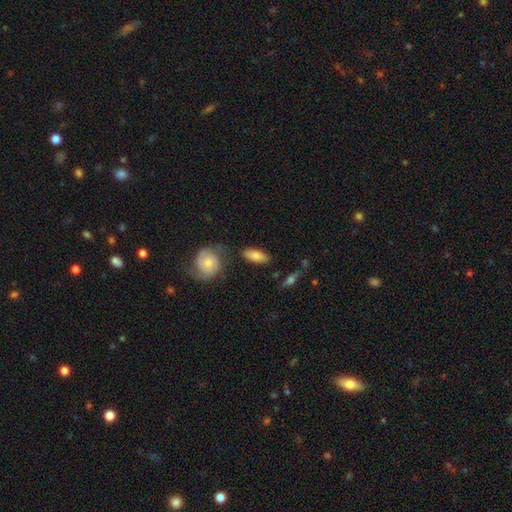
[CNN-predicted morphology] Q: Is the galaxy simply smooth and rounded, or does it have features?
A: smooth — 78%.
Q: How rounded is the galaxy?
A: in between — 78%.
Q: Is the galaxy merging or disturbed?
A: none — 76%.